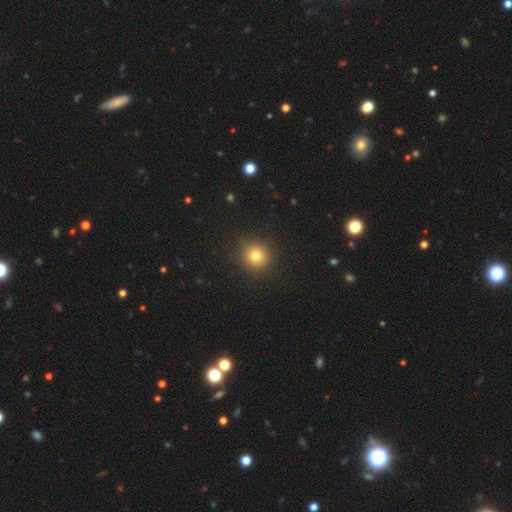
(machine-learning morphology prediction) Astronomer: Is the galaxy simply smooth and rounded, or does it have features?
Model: smooth — 79%.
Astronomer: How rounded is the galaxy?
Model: round — 93%.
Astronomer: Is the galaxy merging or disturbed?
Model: none — 91%.